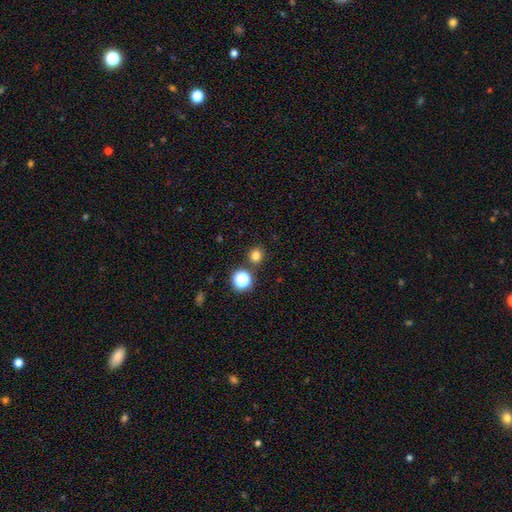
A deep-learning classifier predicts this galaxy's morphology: Smooth or featured? smooth (78%)
How rounded? round (90%)
Merging? none (87%)